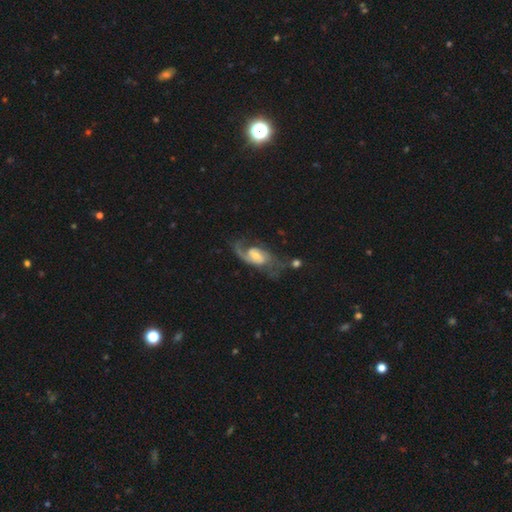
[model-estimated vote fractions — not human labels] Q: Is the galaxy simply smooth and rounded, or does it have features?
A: featured or disk — 80%.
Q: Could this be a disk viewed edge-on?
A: no — 96%.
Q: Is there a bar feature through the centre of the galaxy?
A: no — 50%.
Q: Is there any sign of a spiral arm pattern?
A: yes — 93%.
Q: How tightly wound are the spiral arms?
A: medium — 43%.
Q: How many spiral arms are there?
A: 2 — 59%.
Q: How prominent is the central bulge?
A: moderate — 43%.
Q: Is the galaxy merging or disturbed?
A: none — 42%.